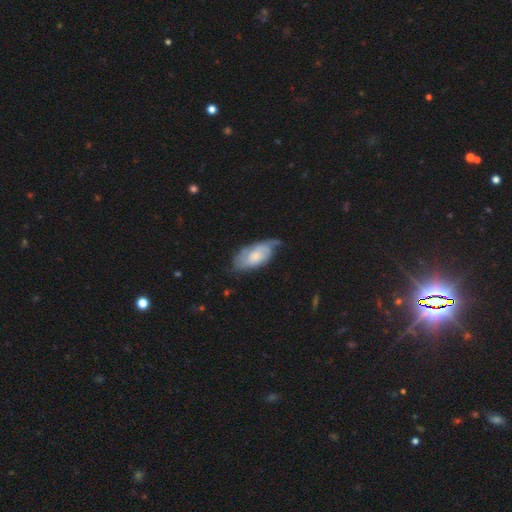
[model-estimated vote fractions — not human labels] Morphology: type=featured or disk (59%); edge-on=no (92%); bar=no (74%); spiral arms=yes (82%); bulge=moderate (44%); merging=none (47%).